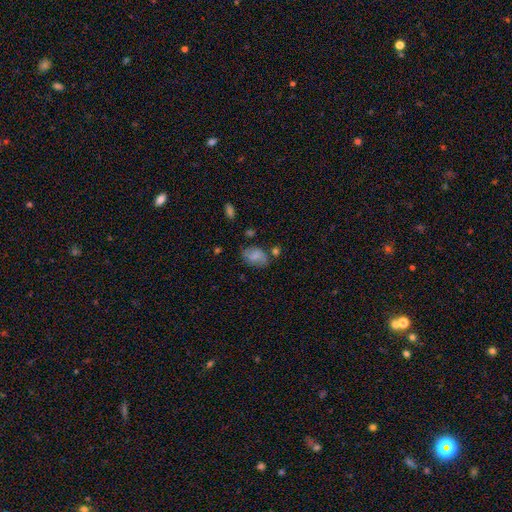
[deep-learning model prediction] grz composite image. It shows a smooth galaxy with no disk features (57%) that is in between round and cigar-shaped (80%). Merging: none (62%).